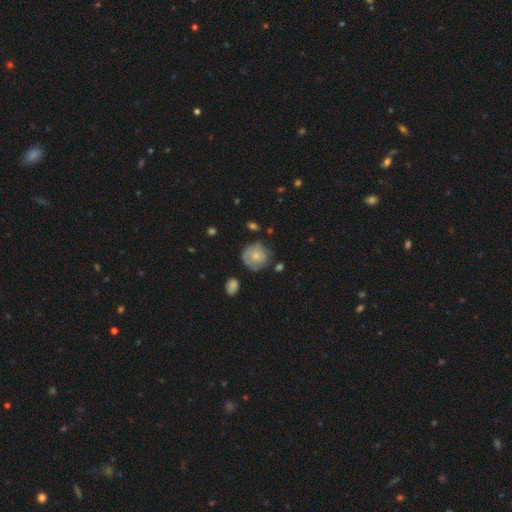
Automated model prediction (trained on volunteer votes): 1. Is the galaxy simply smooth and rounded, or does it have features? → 64% smooth, 29% featured or disk, 7% star or artifact.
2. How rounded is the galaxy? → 88% round, 11% in between, 1% cigar-shaped.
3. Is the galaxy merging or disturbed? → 62% none, 26% minor disturbance, 8% major disturbance, 4% merger.